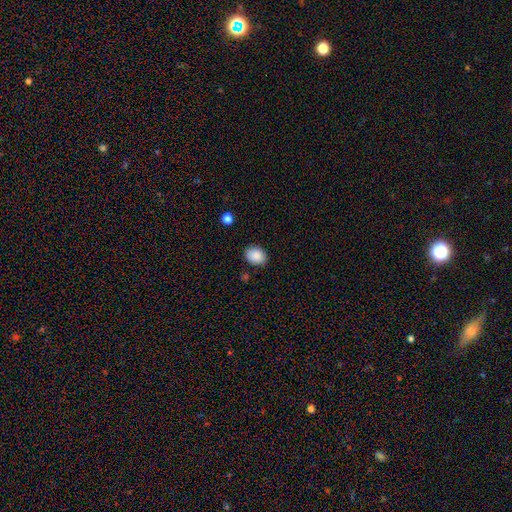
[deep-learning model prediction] A smooth galaxy with no disk features (88%) that is in between round and cigar-shaped (67%).

Vote fractions:
- Smooth or featured? smooth: 88% / star or artifact: 7% / featured or disk: 4%
- How rounded? in between: 67% / round: 32% / cigar-shaped: 1%
- Merging? none: 85% / minor disturbance: 11% / major disturbance: 2% / merger: 2%